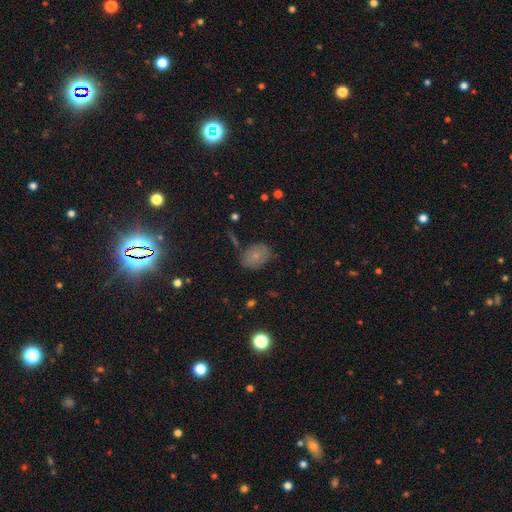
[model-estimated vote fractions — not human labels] smooth-or-featured: smooth: 71% | featured or disk: 18% | star or artifact: 11%
  how-rounded: in between: 69% | round: 29% | cigar-shaped: 1%
  merging: none: 72% | minor disturbance: 20% | major disturbance: 5% | merger: 4%